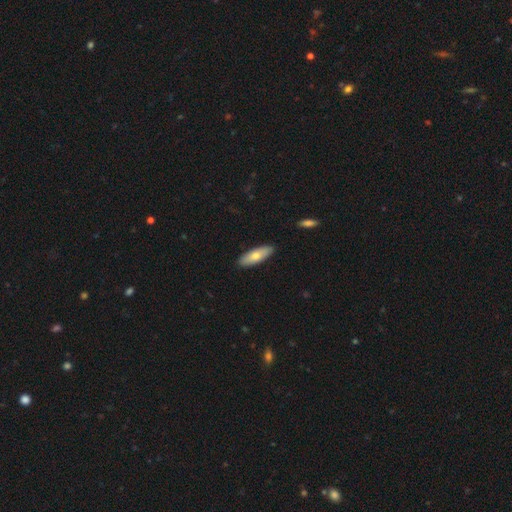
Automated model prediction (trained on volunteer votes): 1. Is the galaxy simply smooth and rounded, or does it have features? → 71% smooth, 24% featured or disk, 5% star or artifact.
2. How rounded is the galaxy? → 59% in between, 39% cigar-shaped, 2% round.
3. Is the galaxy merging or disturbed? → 89% none, 8% minor disturbance, 2% major disturbance, 1% merger.